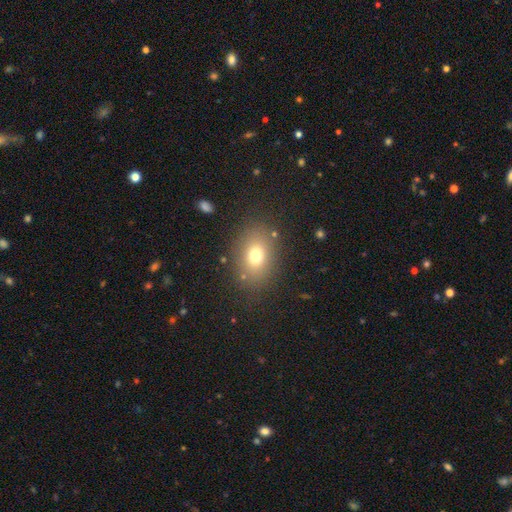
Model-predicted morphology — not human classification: Overall: smooth (73%). How rounded: in between (71%). Merging: none (83%).